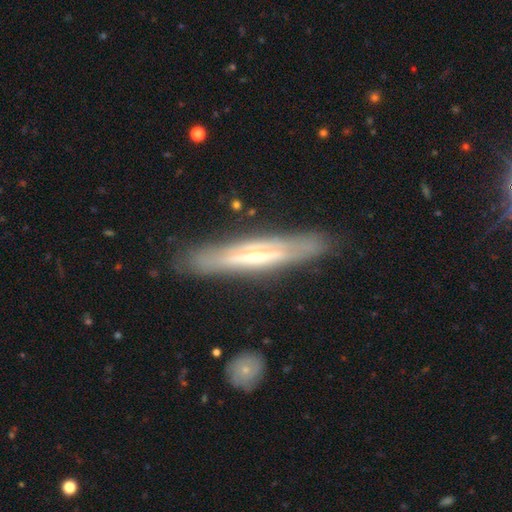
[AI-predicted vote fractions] Smooth or featured: featured or disk — 75% (smooth — 18%)
Edge-on disk: yes — 83% (no — 17%)
Edge-on bulge: rounded — 53% (none — 36%)
Merging: none — 84% (minor disturbance — 12%)